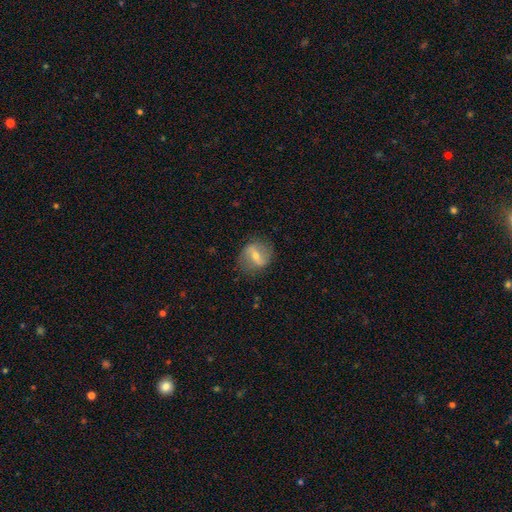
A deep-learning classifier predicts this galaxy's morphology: A featured or disk galaxy (67%) with a strong bar (53%), spiral arms (67%) and a small central bulge (48%). Merging: none (80%).